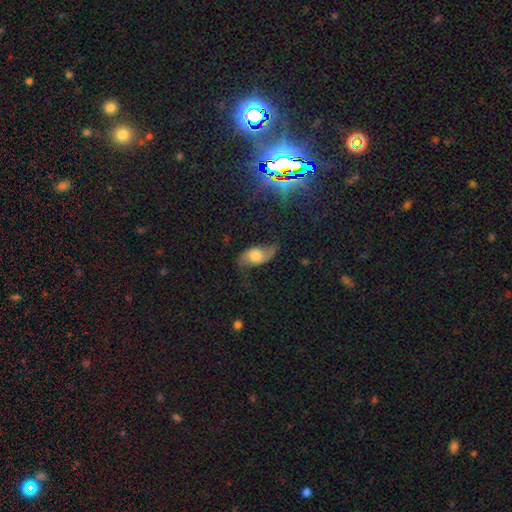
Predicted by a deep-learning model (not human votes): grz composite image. It shows a featured or disk galaxy (58%) with no bar (66%), spiral arms (87%) and a moderate central bulge (48%). Merging: none (59%).